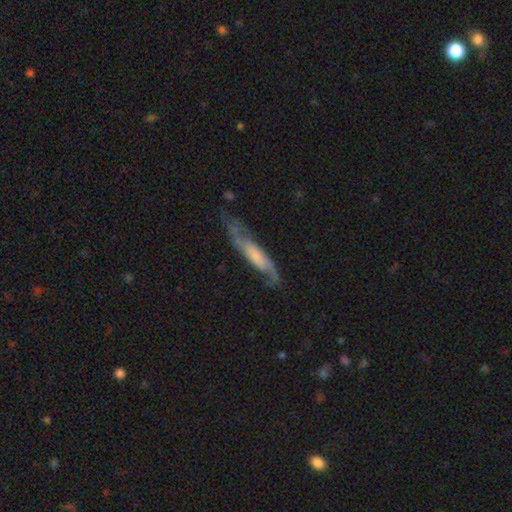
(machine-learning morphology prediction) Smooth or featured?
  - featured or disk: 66% *
  - smooth: 28%
  - star or artifact: 6%
Edge-on disk?
  - no: 69% *
  - yes: 31%
Merging?
  - none: 55% *
  - minor disturbance: 26%
  - major disturbance: 17%
  - merger: 3%